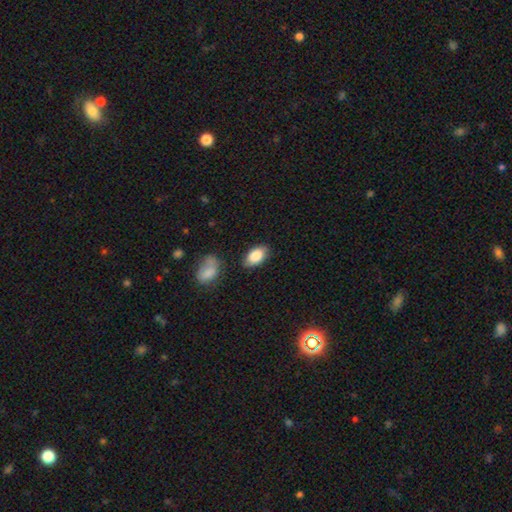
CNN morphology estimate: Smooth or featured?
  - smooth: 86% *
  - featured or disk: 8%
  - star or artifact: 7%
How rounded?
  - in between: 92% *
  - round: 6%
  - cigar-shaped: 2%
Merging?
  - none: 78% *
  - minor disturbance: 15%
  - merger: 4%
  - major disturbance: 3%